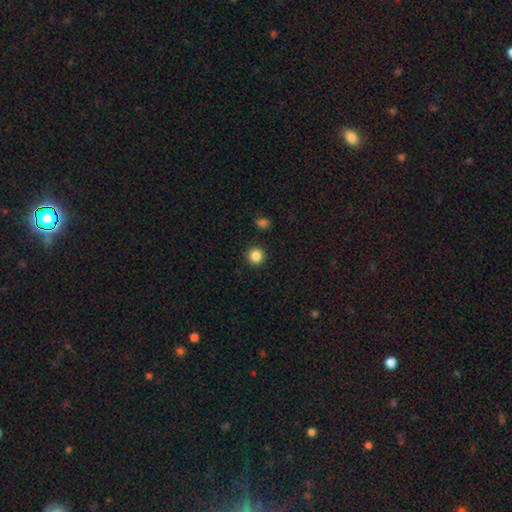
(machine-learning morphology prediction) Q: Smooth or featured?
A: smooth (86%); runner-up: star or artifact (11%)
Q: How rounded?
A: round (95%); runner-up: in between (4%)
Q: Merging?
A: none (92%); runner-up: minor disturbance (5%)